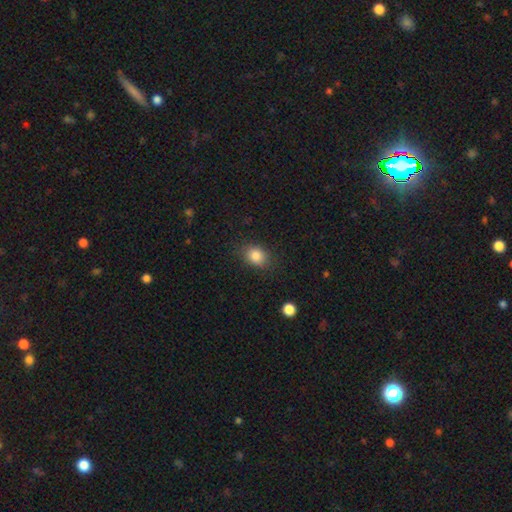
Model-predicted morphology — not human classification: The model was most divided on "how rounded": in between: 53%, round: 46%, cigar-shaped: 1%. More confident: smooth or featured — smooth (85%); merging — none (82%).